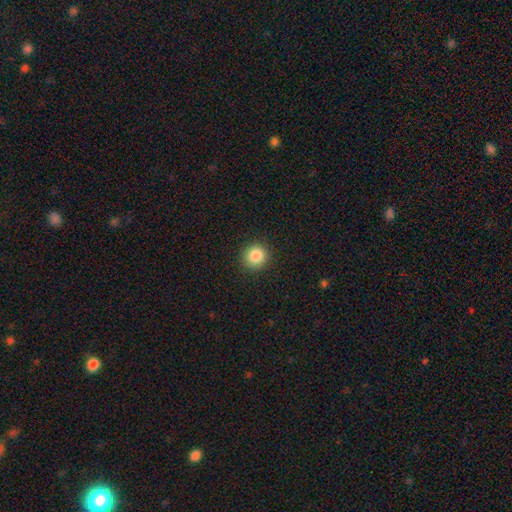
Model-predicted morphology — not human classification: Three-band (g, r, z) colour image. It shows a smooth galaxy with no disk features (86%) that is round (92%). Merging: none (91%).